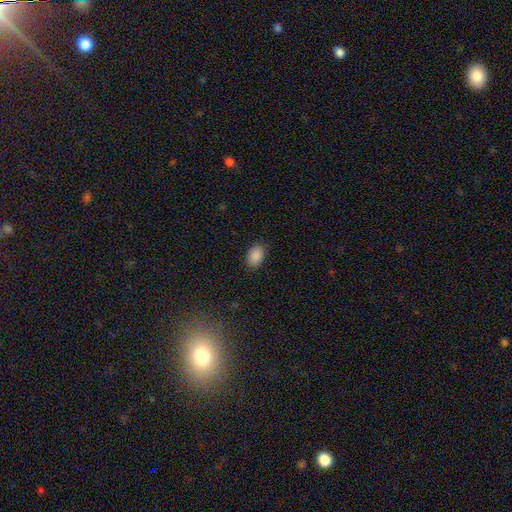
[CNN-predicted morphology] smooth_or_featured: smooth (p=0.89) [alt: star or artifact p=0.08]
how_rounded: in between (p=0.87) [alt: round p=0.12]
merging: none (p=0.87) [alt: minor disturbance p=0.09]